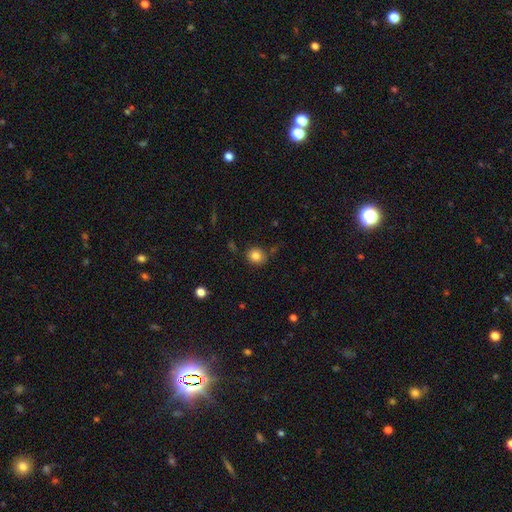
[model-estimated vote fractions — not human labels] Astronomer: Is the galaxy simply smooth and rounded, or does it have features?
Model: smooth — 83%.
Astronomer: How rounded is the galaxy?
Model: round — 83%.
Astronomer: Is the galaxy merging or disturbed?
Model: none — 81%.